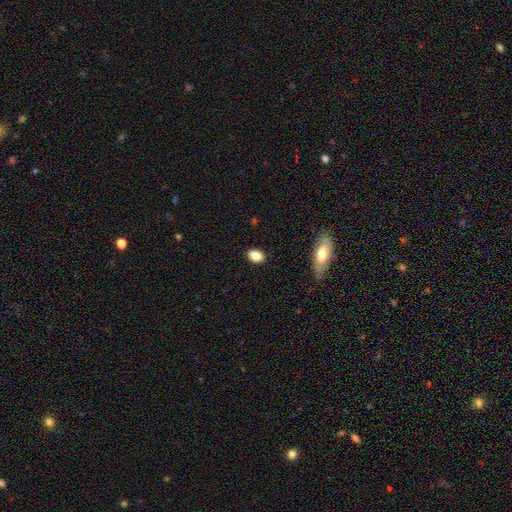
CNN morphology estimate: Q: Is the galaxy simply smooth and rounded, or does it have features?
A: smooth — 84%.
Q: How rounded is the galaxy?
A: in between — 77%.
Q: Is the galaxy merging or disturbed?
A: none — 88%.